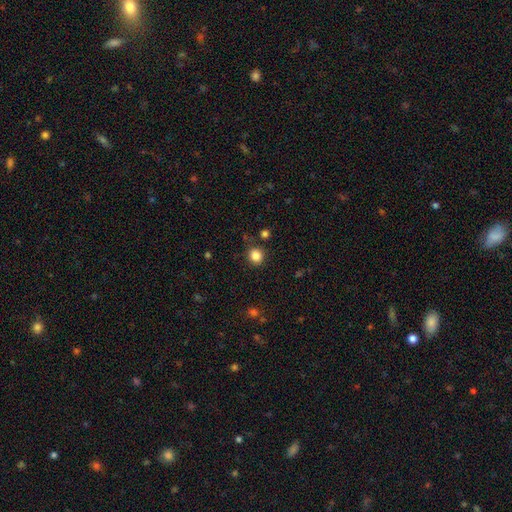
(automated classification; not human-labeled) This appears to be a smooth galaxy with no disk features (85%) that is round (88%). Merging: none (87%).